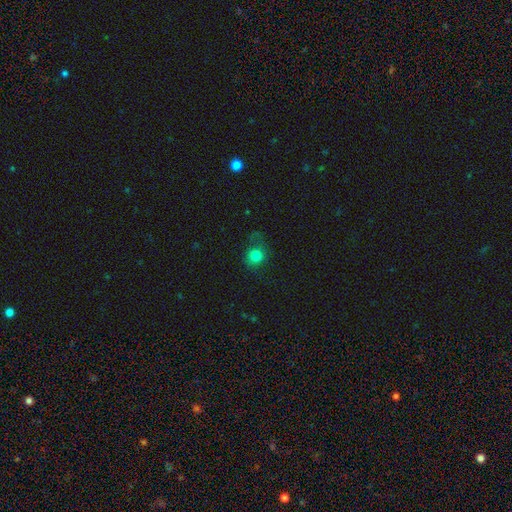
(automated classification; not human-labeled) Morphology: type=smooth (79%); roundness=round (81%); merging=none (60%).